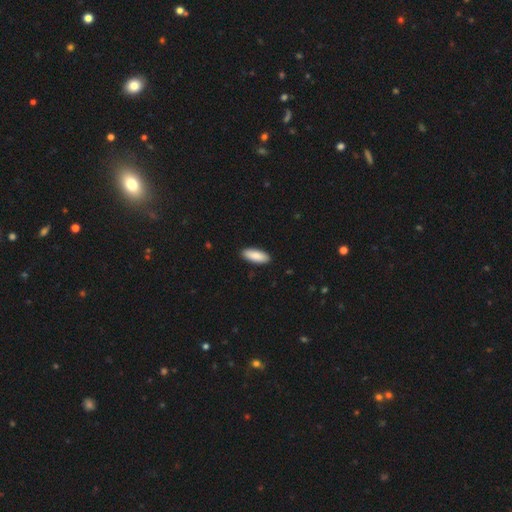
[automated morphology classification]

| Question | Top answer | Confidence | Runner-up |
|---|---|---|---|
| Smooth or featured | smooth | 88% | featured or disk (6%) |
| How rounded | in between | 74% | cigar-shaped (24%) |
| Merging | none | 91% | minor disturbance (7%) |